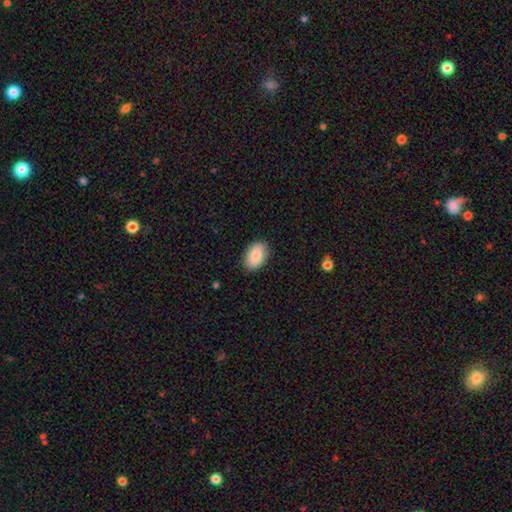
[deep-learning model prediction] Smooth or featured? Predicted: smooth (p=0.87). How rounded? Predicted: in between (p=0.92). Merging? Predicted: none (p=0.87).